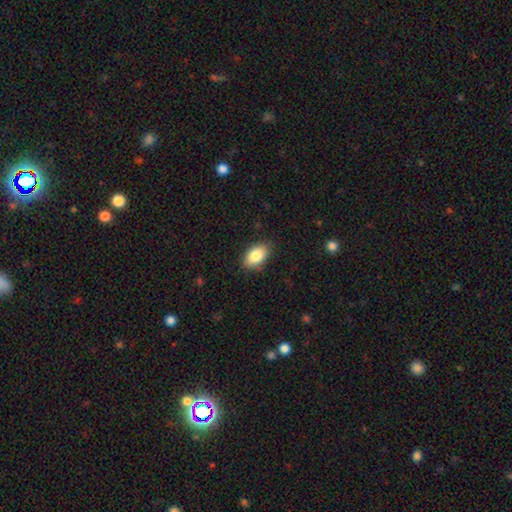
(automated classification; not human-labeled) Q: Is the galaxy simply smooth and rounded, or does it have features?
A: smooth — 84%.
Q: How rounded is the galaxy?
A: in between — 91%.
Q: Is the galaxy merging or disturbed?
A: none — 84%.